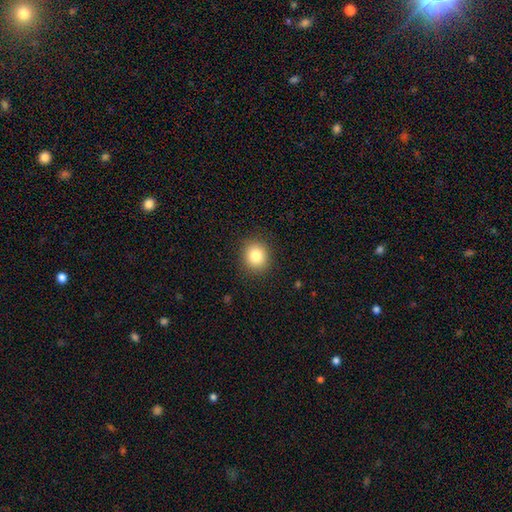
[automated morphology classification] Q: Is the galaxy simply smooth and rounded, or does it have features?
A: smooth — 82%.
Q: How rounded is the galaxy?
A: round — 84%.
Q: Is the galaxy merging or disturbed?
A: none — 90%.